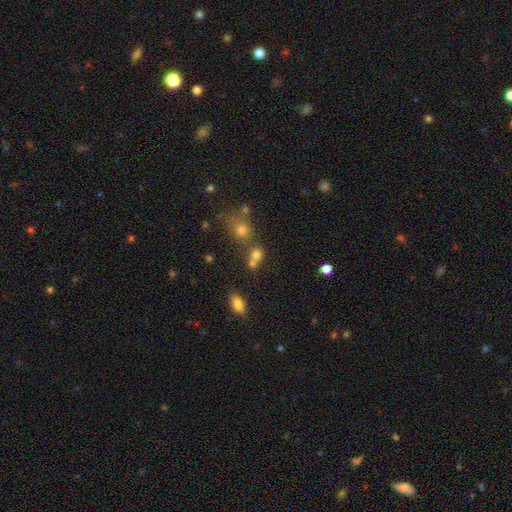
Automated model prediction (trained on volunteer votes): This is likely a smooth galaxy (73%). How rounded: likely round (72%). Merging: marginally none (45%).